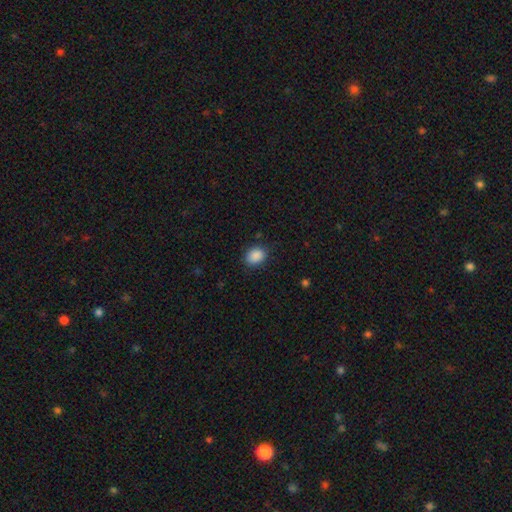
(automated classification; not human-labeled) Q: Smooth or featured?
A: smooth (89%); runner-up: star or artifact (8%)
Q: How rounded?
A: in between (62%); runner-up: round (37%)
Q: Merging?
A: none (83%); runner-up: minor disturbance (12%)